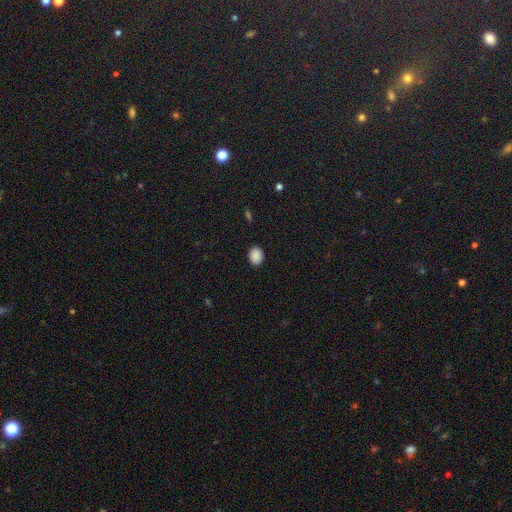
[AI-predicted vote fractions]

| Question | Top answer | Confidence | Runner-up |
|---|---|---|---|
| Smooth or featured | smooth | 89% | star or artifact (8%) |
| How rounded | in between | 61% | round (38%) |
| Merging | none | 90% | minor disturbance (7%) |